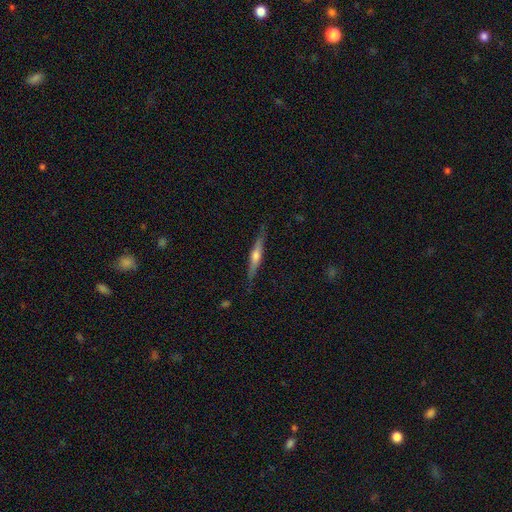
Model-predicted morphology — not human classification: smooth-or-featured: featured or disk: 65% | smooth: 29% | star or artifact: 6%
  disk-edge-on: yes: 97% | no: 3%
    edge-on-bulge: rounded: 86% | none: 8% | boxy: 7%
  merging: none: 85% | minor disturbance: 12% | major disturbance: 2% | merger: 1%